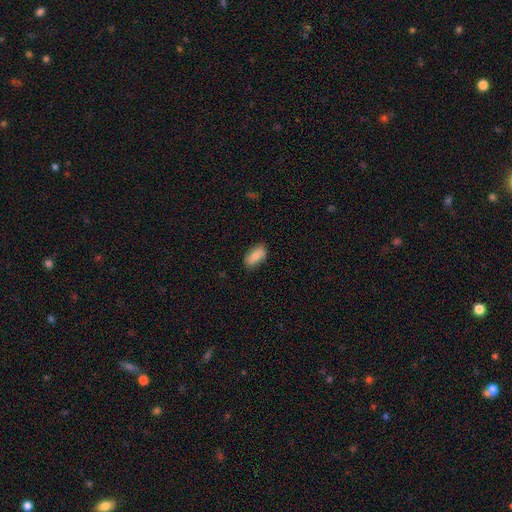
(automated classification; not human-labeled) Smooth or featured? smooth (78%)
How rounded? in between (90%)
Merging? none (82%)